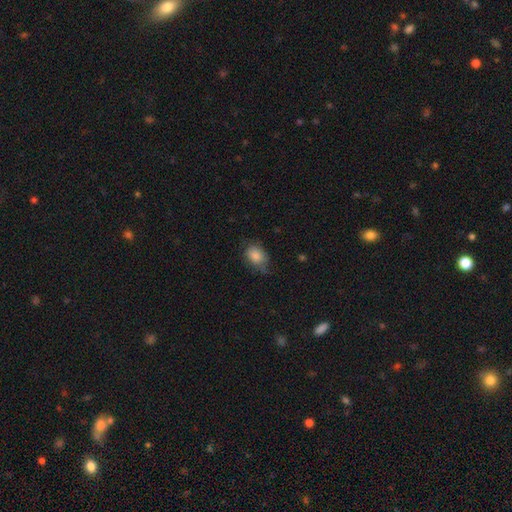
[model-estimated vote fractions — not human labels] Smooth or featured? Predicted: smooth (p=0.84). How rounded? Predicted: in between (p=0.74). Merging? Predicted: none (p=0.55).